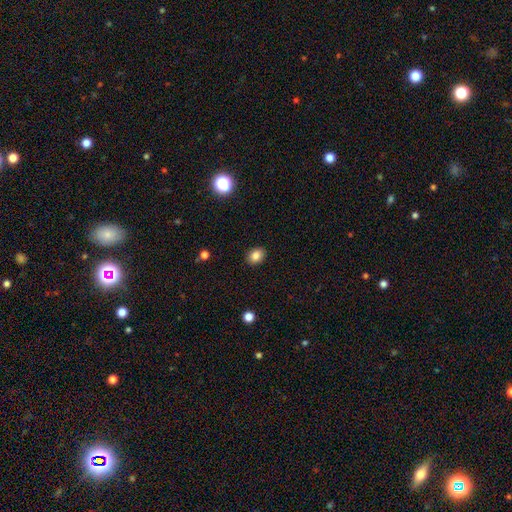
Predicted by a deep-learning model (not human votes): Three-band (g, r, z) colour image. It shows a smooth galaxy with no disk features (84%) that is in between round and cigar-shaped (57%). Merging: none (89%).